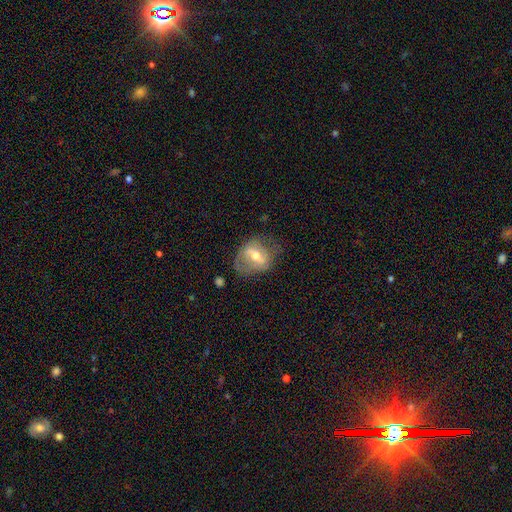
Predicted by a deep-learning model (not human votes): Smooth or featured: featured or disk — 63% (smooth — 30%)
Edge-on disk: no — 95% (yes — 5%)
Bar: weak — 46% (strong — 36%)
Spiral arms: yes — 67% (no — 33%)
Bulge size: moderate — 69% (small — 22%)
Merging: none — 57% (minor disturbance — 26%)